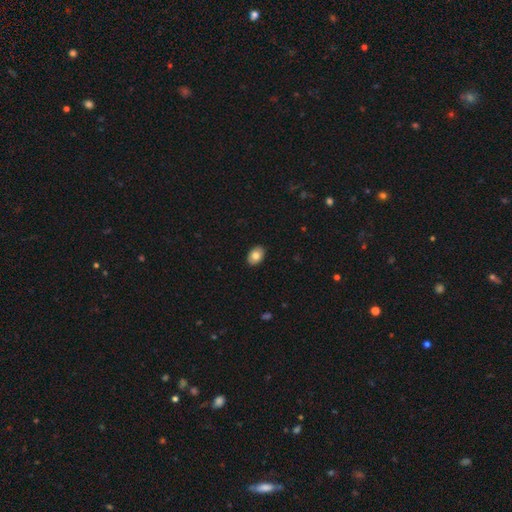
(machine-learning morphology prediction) Q: Smooth or featured?
A: smooth (79%); runner-up: featured or disk (13%)
Q: How rounded?
A: in between (80%); runner-up: round (19%)
Q: Merging?
A: none (89%); runner-up: minor disturbance (8%)